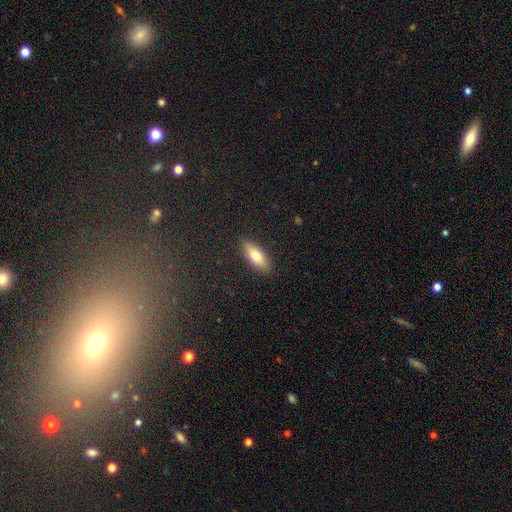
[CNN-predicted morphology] smooth_or_featured: smooth (p=0.76) [alt: featured or disk p=0.18]
how_rounded: in between (p=0.71) [alt: cigar-shaped p=0.26]
merging: none (p=0.88) [alt: minor disturbance p=0.09]